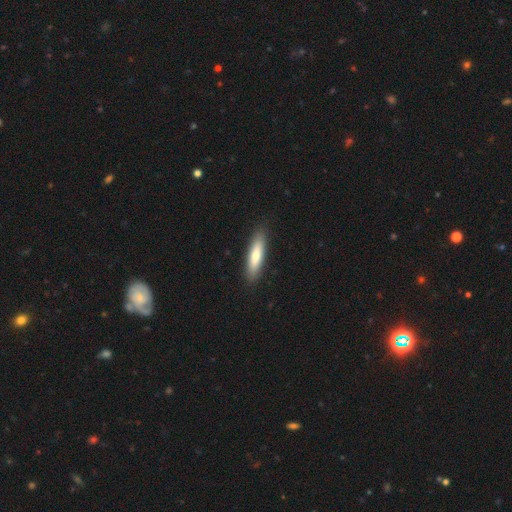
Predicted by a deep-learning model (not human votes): smooth 73%, featured or disk 22%, star or artifact 5%. Down the decision tree: how rounded — cigar-shaped (74%); merging — none (89%).